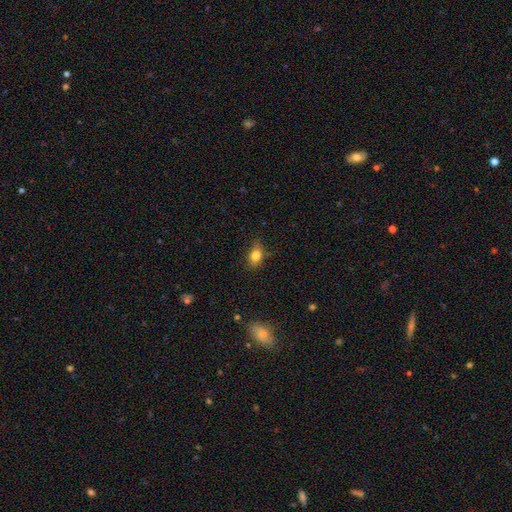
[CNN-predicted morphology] A smooth galaxy with no disk features (79%) that is in between round and cigar-shaped (79%). Merging: none (77%).